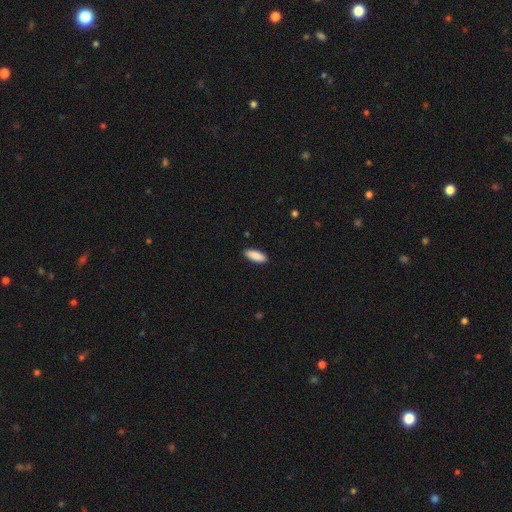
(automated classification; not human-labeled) A smooth galaxy with no disk features (90%) that is in between round and cigar-shaped (75%).

Vote fractions:
- Smooth or featured? smooth: 90% / star or artifact: 6% / featured or disk: 4%
- How rounded? in between: 75% / cigar-shaped: 23% / round: 2%
- Merging? none: 90% / minor disturbance: 8% / major disturbance: 2% / merger: 1%